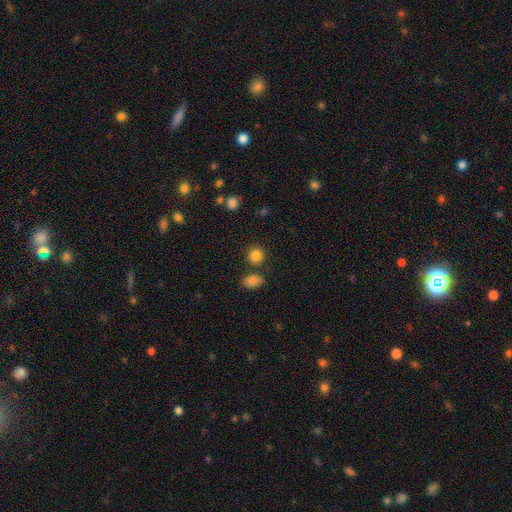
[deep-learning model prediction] Smooth or featured? Predicted: smooth (p=0.84). How rounded? Predicted: round (p=0.85). Merging? Predicted: none (p=0.78).